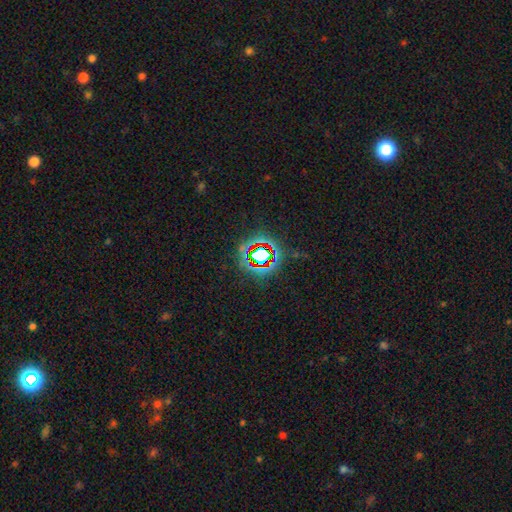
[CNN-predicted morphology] smooth_or_featured: star or artifact (p=0.75) [alt: smooth p=0.14]